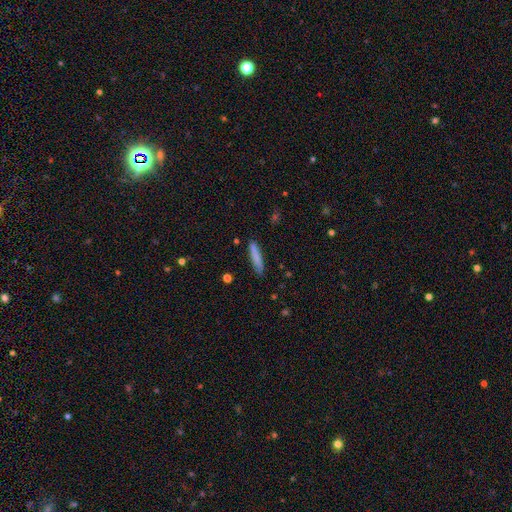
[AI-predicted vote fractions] The model was most divided on "smooth or featured": smooth: 81%, featured or disk: 13%, star or artifact: 6%. More confident: how rounded — cigar-shaped (90%); merging — none (86%).